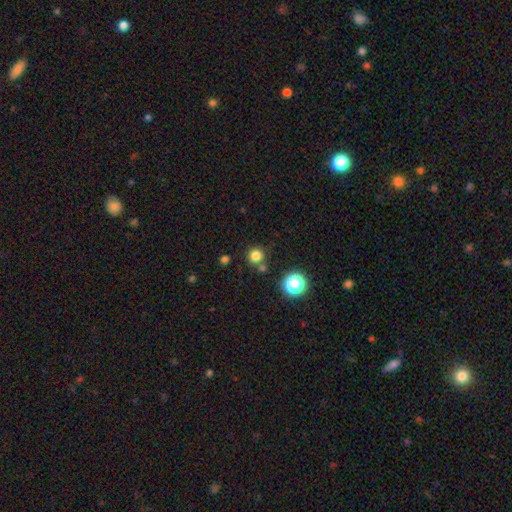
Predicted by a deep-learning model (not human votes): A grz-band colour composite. It shows a smooth galaxy with no disk features (79%) that is round (93%). Merging: none (77%).